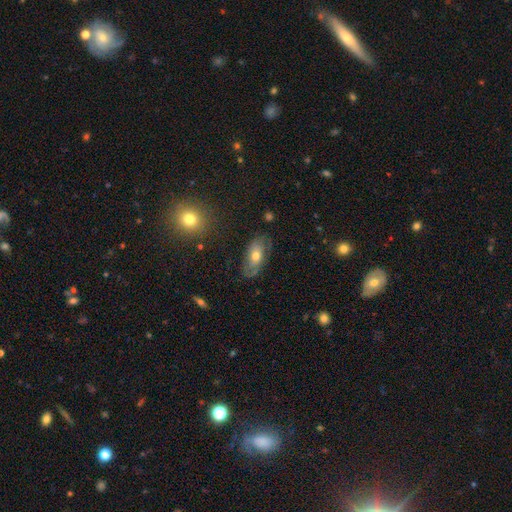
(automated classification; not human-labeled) Smooth or featured?
  - featured or disk: 45% * (tied)
  - smooth: 45% * (tied)
  - star or artifact: 10%
Merging?
  - none: 70% *
  - minor disturbance: 20%
  - major disturbance: 8%
  - merger: 2%